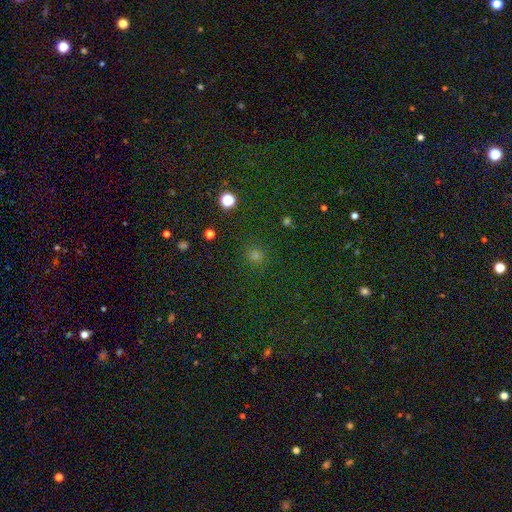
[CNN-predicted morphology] A smooth galaxy with no disk features (68%) that is round (90%).

Vote fractions:
- Smooth or featured? smooth: 68% / star or artifact: 26% / featured or disk: 5%
- How rounded? round: 90% / in between: 9% / cigar-shaped: 1%
- Merging? none: 87% / minor disturbance: 8% / major disturbance: 3% / merger: 2%